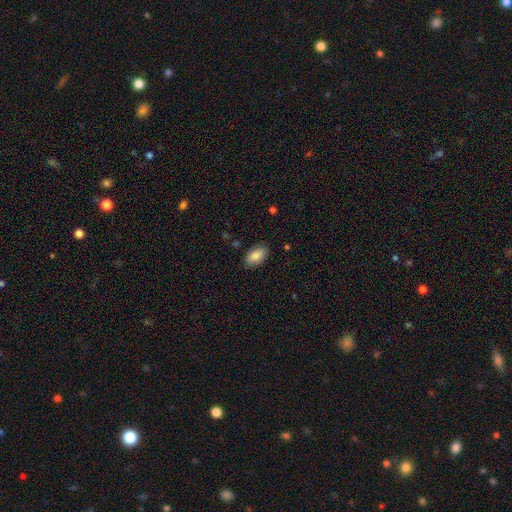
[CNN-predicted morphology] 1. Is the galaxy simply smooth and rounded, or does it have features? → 86% smooth, 7% featured or disk, 7% star or artifact.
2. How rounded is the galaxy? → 94% in between, 4% round, 3% cigar-shaped.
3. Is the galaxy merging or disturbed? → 86% none, 10% minor disturbance, 2% major disturbance, 1% merger.